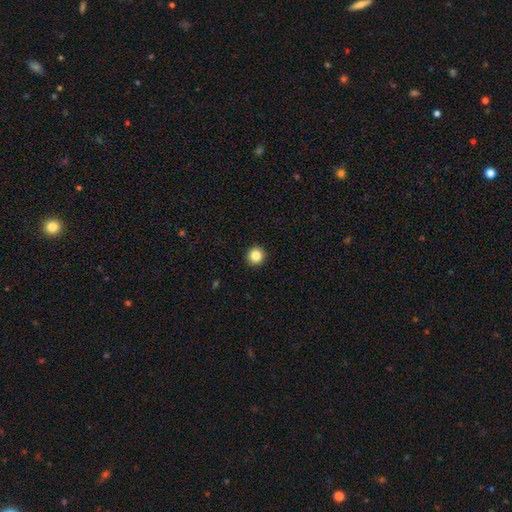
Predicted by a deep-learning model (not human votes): The model was most divided on "smooth or featured": smooth: 85%, star or artifact: 10%, featured or disk: 5%. More confident: how rounded — round (95%); merging — none (94%).